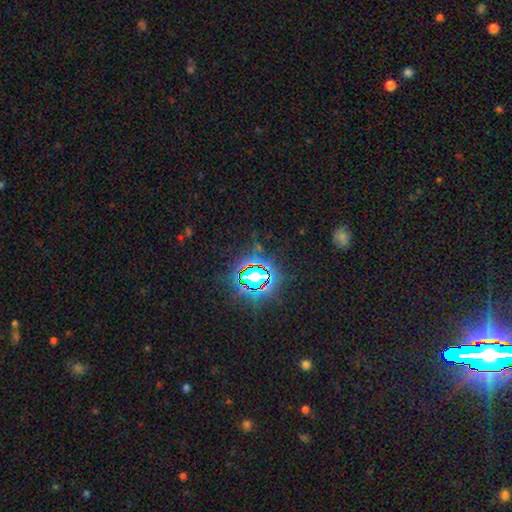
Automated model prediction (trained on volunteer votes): smooth-or-featured: star or artifact: 80% | smooth: 12% | featured or disk: 8%